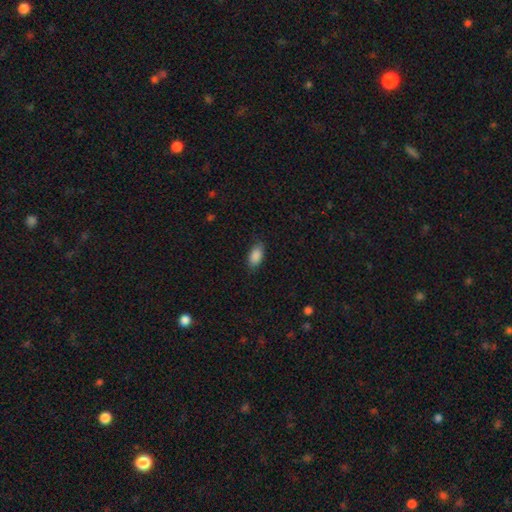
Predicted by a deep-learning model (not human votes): Smooth or featured?
  - smooth: 89% *
  - star or artifact: 7%
  - featured or disk: 4%
How rounded?
  - in between: 92% *
  - cigar-shaped: 5%
  - round: 4%
Merging?
  - none: 81% *
  - minor disturbance: 15%
  - major disturbance: 3%
  - merger: 1%